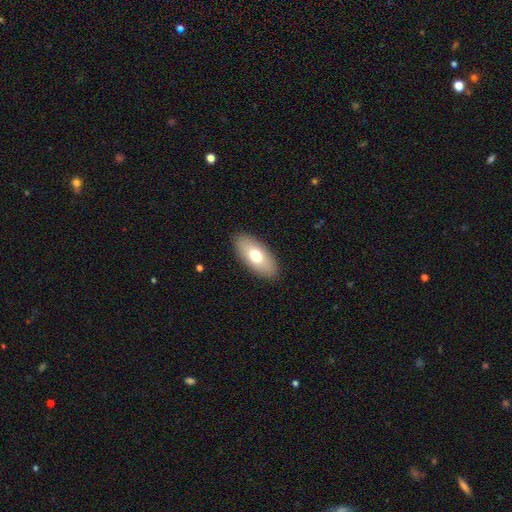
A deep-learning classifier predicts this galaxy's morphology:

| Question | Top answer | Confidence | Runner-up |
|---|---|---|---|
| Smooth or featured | smooth | 71% | featured or disk (23%) |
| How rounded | in between | 89% | cigar-shaped (8%) |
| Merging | none | 89% | minor disturbance (8%) |